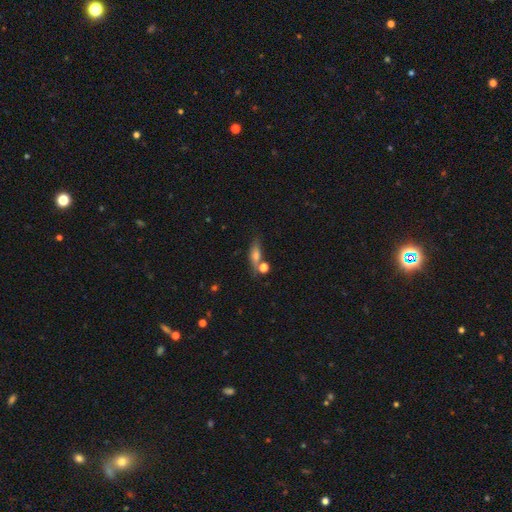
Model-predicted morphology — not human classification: Overall: smooth (58%; featured or disk 30%). How rounded: in between (50%; cigar-shaped 40%). Merging: none (62%).